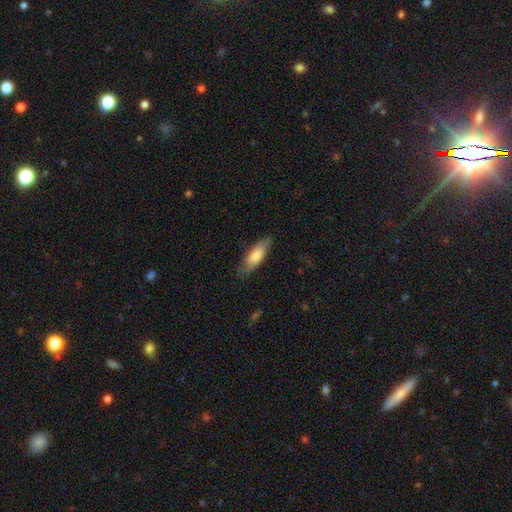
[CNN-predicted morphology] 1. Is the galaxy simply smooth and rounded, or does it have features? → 72% smooth, 23% featured or disk, 6% star or artifact.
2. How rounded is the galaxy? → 57% in between, 41% cigar-shaped, 2% round.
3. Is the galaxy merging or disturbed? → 78% none, 17% minor disturbance, 4% major disturbance, 1% merger.